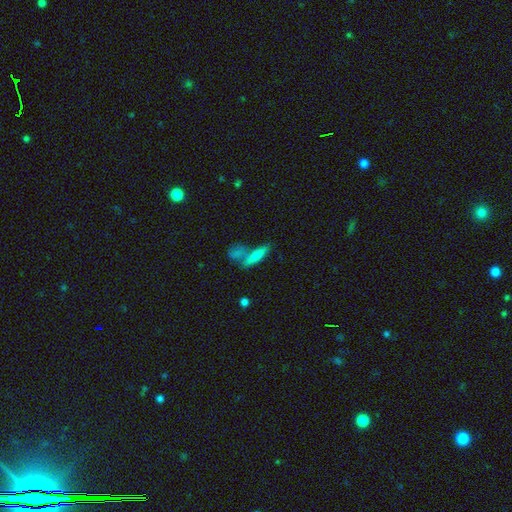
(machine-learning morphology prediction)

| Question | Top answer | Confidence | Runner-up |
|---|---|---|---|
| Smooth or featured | smooth | 69% | featured or disk (22%) |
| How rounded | cigar-shaped | 72% | in between (25%) |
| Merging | none | 53% | merger (30%) |